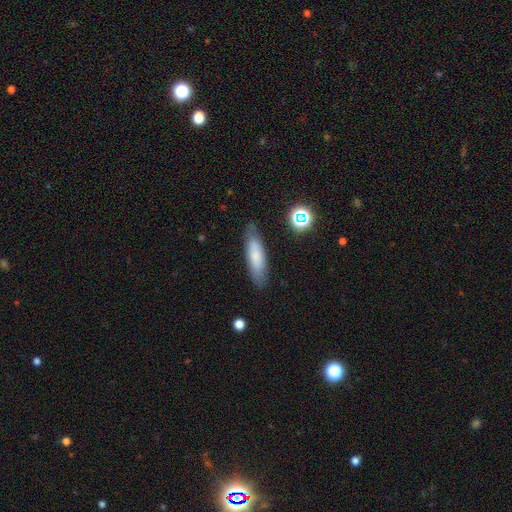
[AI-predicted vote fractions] The model was most divided on "how rounded": cigar-shaped: 61%, in between: 37%, round: 2%. More confident: merging — none (80%); smooth or featured — smooth (73%).